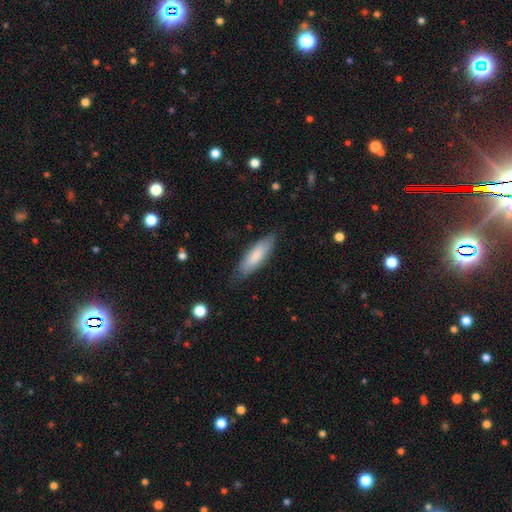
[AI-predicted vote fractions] smooth-or-featured: smooth: 78% | featured or disk: 17% | star or artifact: 6%
  how-rounded: cigar-shaped: 49% (tied) | in between: 49% (tied) | round: 1%
  merging: none: 78% | minor disturbance: 17% | major disturbance: 3% | merger: 1%